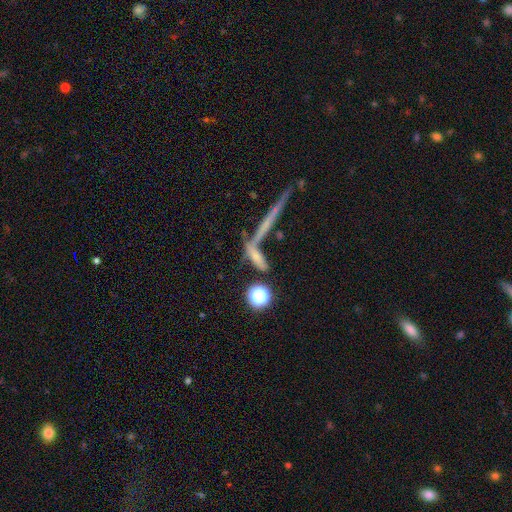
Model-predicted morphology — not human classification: smooth_or_featured: smooth (p=0.57) [alt: featured or disk p=0.26]
how_rounded: cigar-shaped (p=0.55) [alt: in between p=0.34]
merging: none (p=0.45) [alt: merger p=0.31]